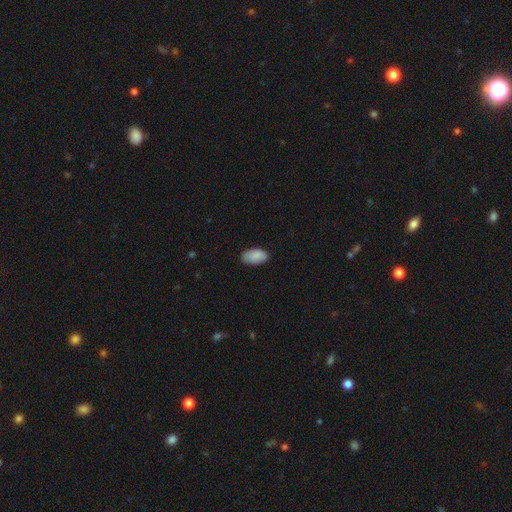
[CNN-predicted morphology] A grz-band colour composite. It shows a smooth galaxy with no disk features (89%) that is in between round and cigar-shaped (95%). Merging: none (82%).